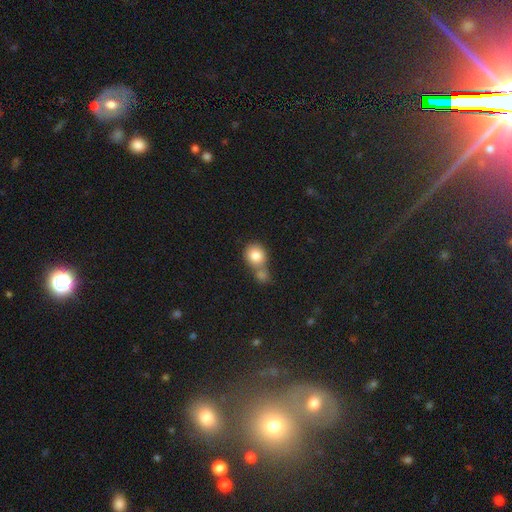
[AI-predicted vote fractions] This is clearly a smooth galaxy (82%). How rounded: likely round (78%). Merging: possibly merger (55%).